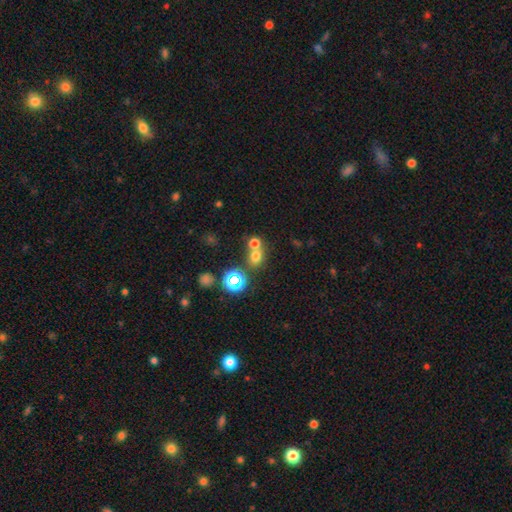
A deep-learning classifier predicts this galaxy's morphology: smooth-or-featured: smooth: 65% | star or artifact: 25% | featured or disk: 10%
  how-rounded: round: 74% | in between: 25% | cigar-shaped: 1%
  merging: none: 52% | merger: 37% | minor disturbance: 8% | major disturbance: 4%